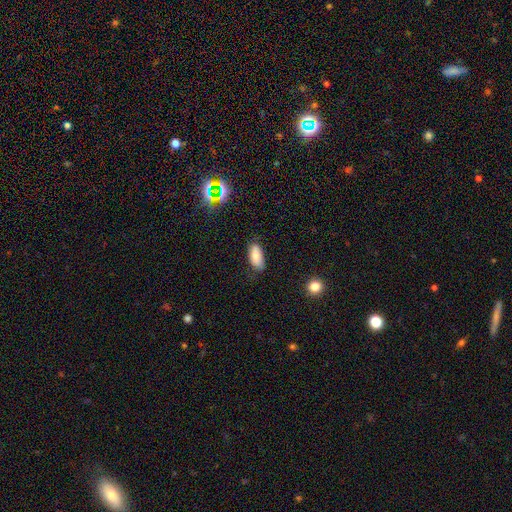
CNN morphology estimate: Overall: smooth (82%). How rounded: in between (86%). Merging: none (73%).